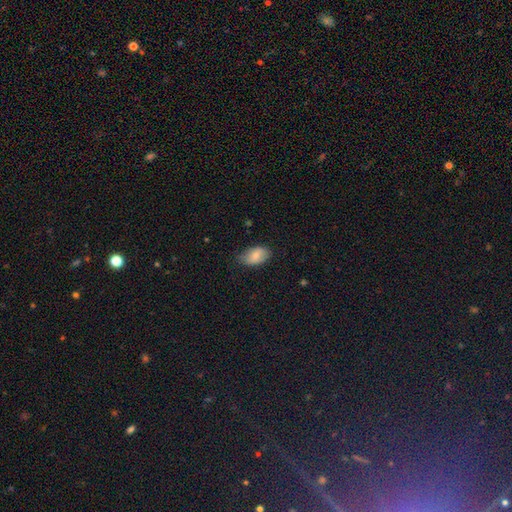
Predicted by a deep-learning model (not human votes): smooth_or_featured: smooth (p=0.76) [alt: featured or disk p=0.17]
how_rounded: in between (p=0.92) [alt: round p=0.06]
merging: none (p=0.70) [alt: minor disturbance p=0.25]